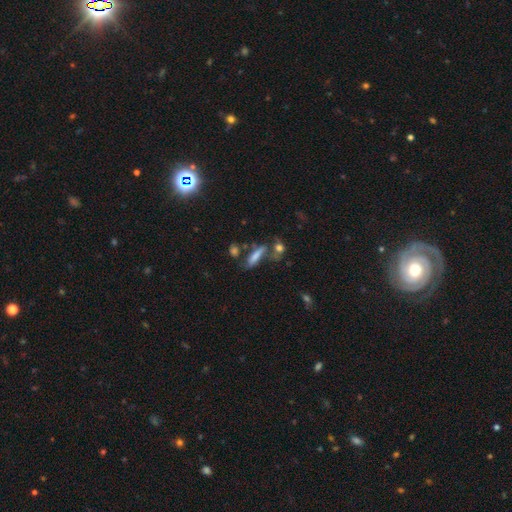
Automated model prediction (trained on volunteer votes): Q: Smooth or featured?
A: smooth (61%); runner-up: featured or disk (24%)
Q: How rounded?
A: cigar-shaped (65%); runner-up: in between (31%)
Q: Merging?
A: none (54%); runner-up: merger (19%)